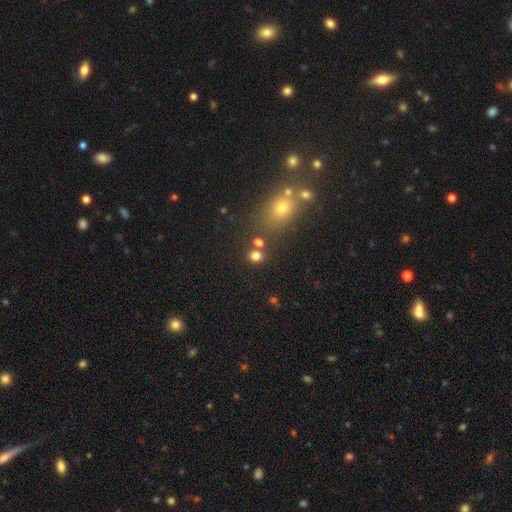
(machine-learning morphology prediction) Q: Smooth or featured?
A: smooth (77%); runner-up: star or artifact (16%)
Q: How rounded?
A: round (72%); runner-up: in between (27%)
Q: Merging?
A: none (66%); runner-up: merger (19%)